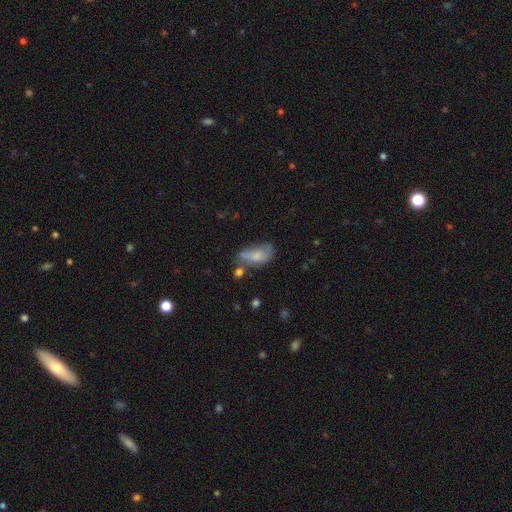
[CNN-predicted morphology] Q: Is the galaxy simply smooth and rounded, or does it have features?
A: smooth — 65%.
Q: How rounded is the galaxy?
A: in between — 87%.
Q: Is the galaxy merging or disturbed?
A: none — 33%.